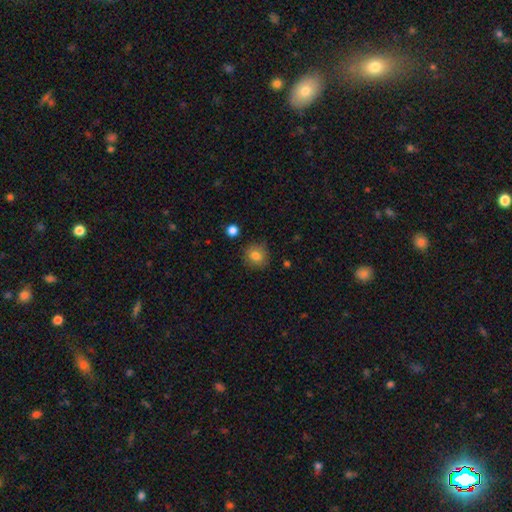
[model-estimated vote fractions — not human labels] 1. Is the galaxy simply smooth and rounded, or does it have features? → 81% smooth, 10% star or artifact, 9% featured or disk.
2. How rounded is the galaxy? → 89% round, 10% in between, 1% cigar-shaped.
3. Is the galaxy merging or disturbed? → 84% none, 11% minor disturbance, 3% major disturbance, 2% merger.